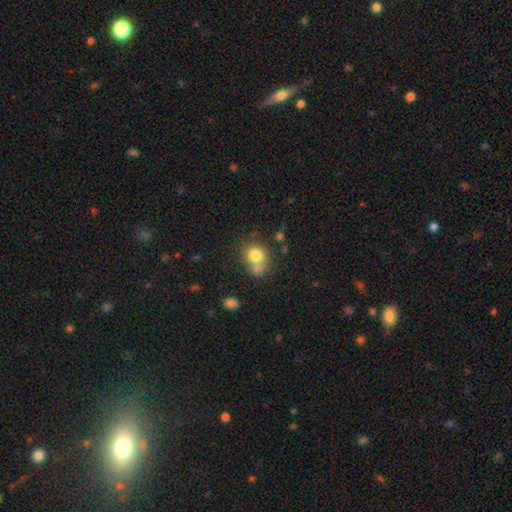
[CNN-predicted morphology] Smooth or featured? smooth (77%)
How rounded? round (69%)
Merging? none (47%)